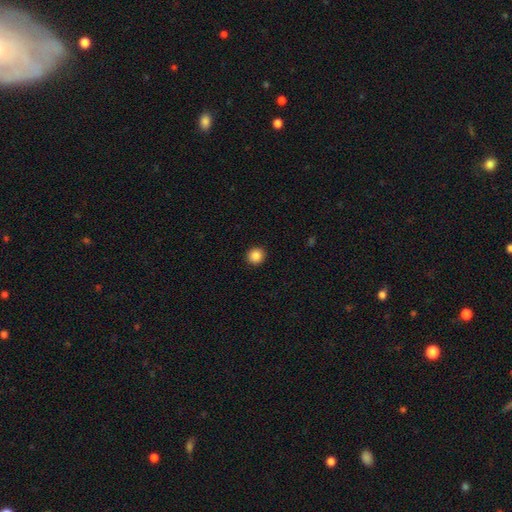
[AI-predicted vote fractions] Morphology: type=smooth (87%); roundness=round (93%); merging=none (93%).